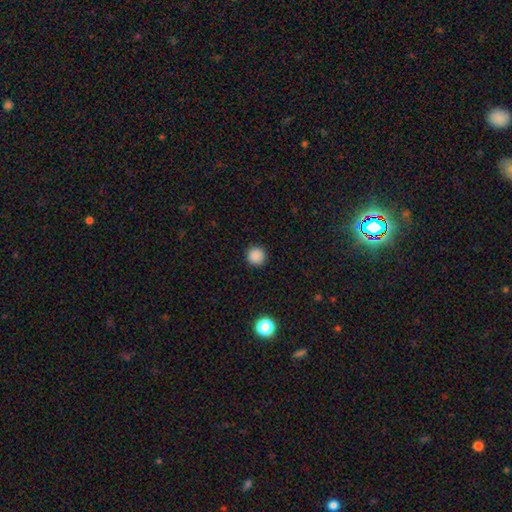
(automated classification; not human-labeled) smooth 87%, star or artifact 10%, featured or disk 2%. Down the decision tree: how rounded — round (96%); merging — none (93%).